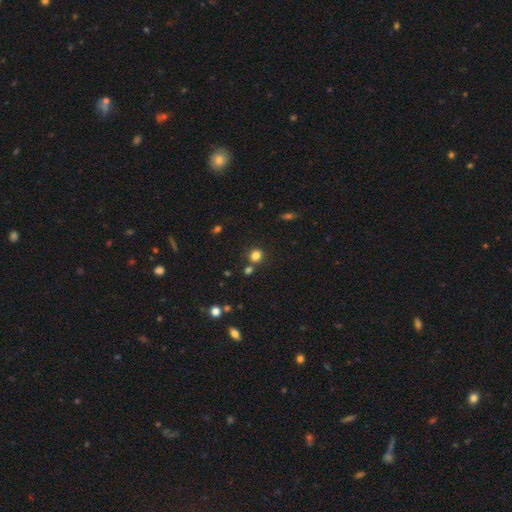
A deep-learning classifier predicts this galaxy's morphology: Smooth or featured?
  - smooth: 80% *
  - star or artifact: 14%
  - featured or disk: 6%
How rounded?
  - round: 82% *
  - in between: 17%
  - cigar-shaped: 1%
Merging?
  - none: 72% *
  - merger: 15%
  - minor disturbance: 10%
  - major disturbance: 3%